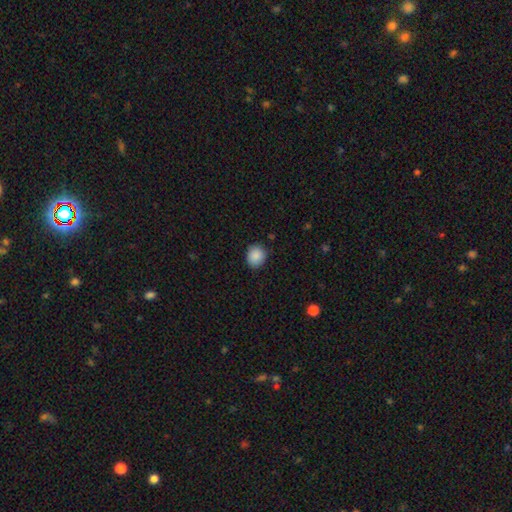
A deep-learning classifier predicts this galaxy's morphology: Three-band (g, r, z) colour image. It shows a smooth galaxy with no disk features (89%) that is round (74%). Merging: none (86%).